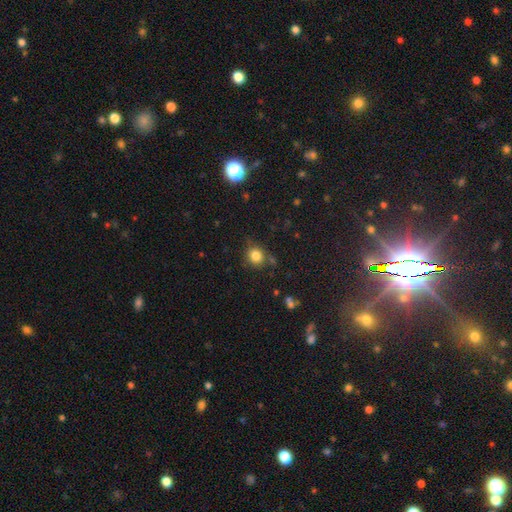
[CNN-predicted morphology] This appears to be a smooth galaxy with no disk features (82%) that is round (79%). Merging: none (75%).